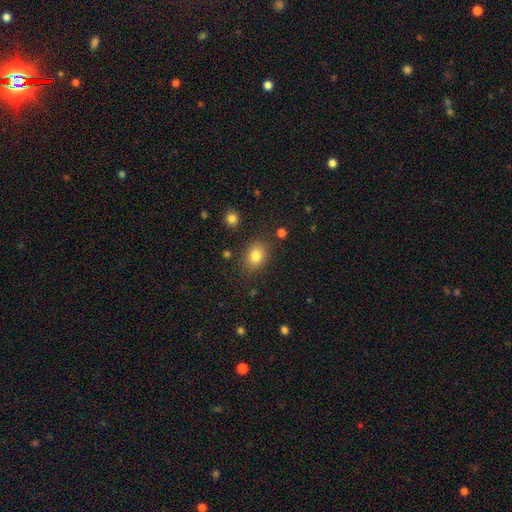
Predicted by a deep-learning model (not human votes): smooth 82%, star or artifact 10%, featured or disk 8%. Down the decision tree: how rounded — in between (61%); merging — none (83%).